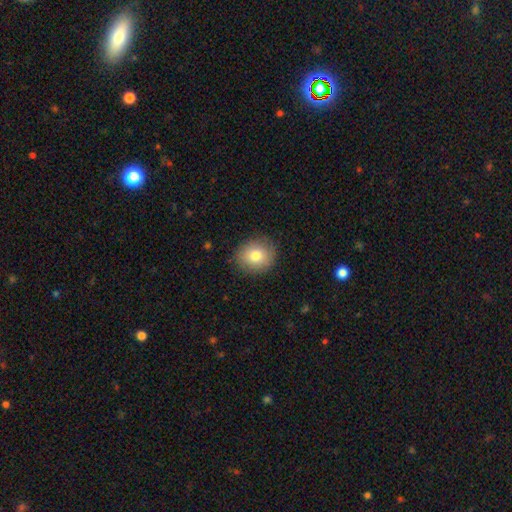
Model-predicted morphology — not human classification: Smooth or featured: smooth — 79% (featured or disk — 12%)
How rounded: round — 75% (in between — 25%)
Merging: none — 87% (minor disturbance — 10%)